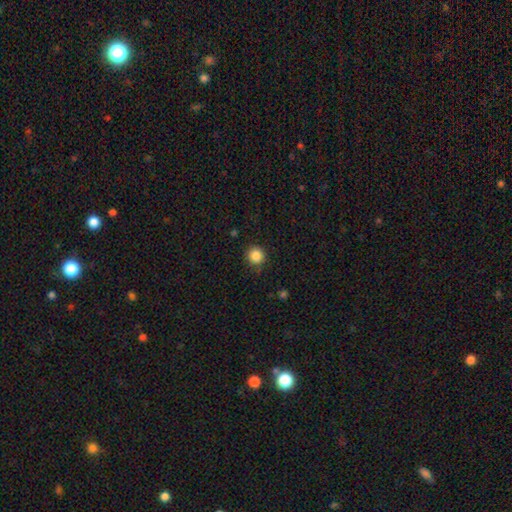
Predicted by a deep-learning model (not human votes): Overall: smooth (86%). How rounded: round (94%). Merging: none (88%).